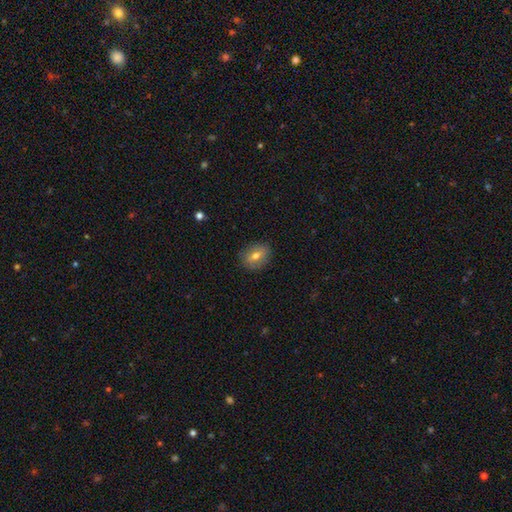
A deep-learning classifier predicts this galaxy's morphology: smooth_or_featured: smooth (p=0.66) [alt: featured or disk p=0.25]
how_rounded: in between (p=0.61) [alt: round p=0.37]
merging: none (p=0.86) [alt: minor disturbance p=0.10]